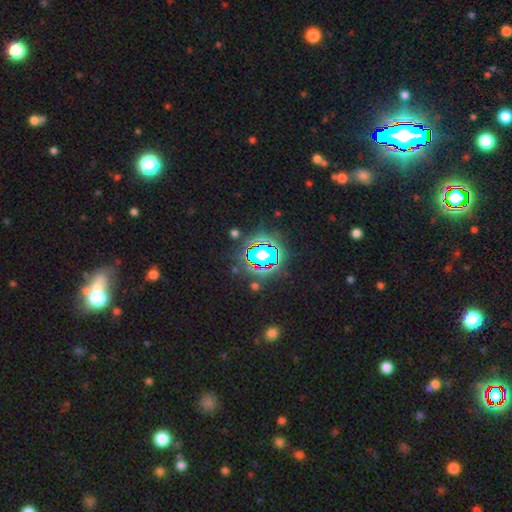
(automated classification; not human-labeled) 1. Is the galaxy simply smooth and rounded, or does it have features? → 77% star or artifact, 15% smooth, 9% featured or disk.